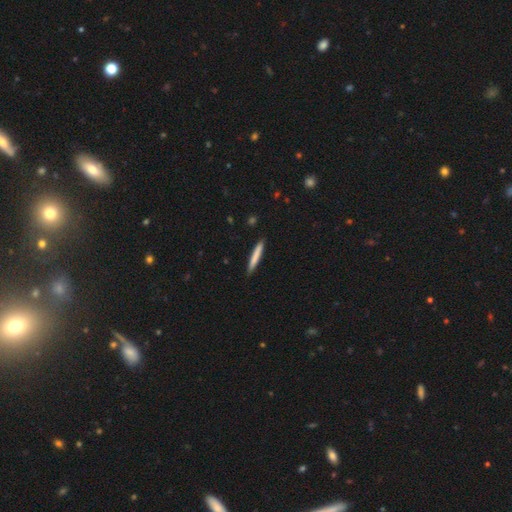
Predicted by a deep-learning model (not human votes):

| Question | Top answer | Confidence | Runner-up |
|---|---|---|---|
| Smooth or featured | smooth | 76% | featured or disk (18%) |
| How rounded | cigar-shaped | 96% | in between (3%) |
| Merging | none | 90% | minor disturbance (7%) |